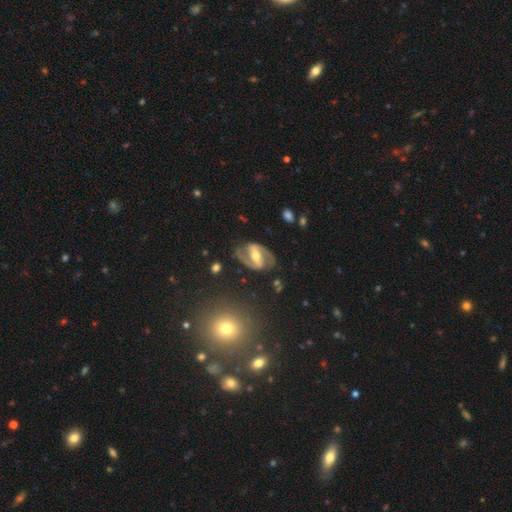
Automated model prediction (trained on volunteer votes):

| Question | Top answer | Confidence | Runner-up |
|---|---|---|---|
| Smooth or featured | featured or disk | 87% | smooth (8%) |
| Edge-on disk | no | 96% | yes (4%) |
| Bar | strong | 65% | weak (26%) |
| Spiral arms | yes | 92% | no (8%) |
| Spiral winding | medium | 52% | tight (25%) |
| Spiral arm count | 2 | 92% | can't tell (3%) |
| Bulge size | moderate | 64% | small (26%) |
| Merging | none | 78% | minor disturbance (14%) |